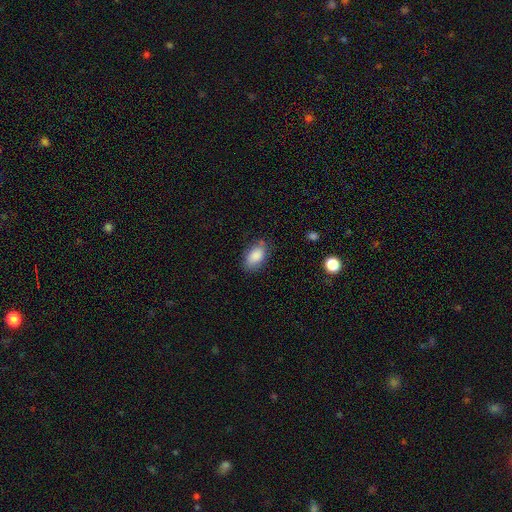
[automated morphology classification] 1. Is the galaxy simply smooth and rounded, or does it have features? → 86% smooth, 7% star or artifact, 7% featured or disk.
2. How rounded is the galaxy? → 92% in between, 6% round, 2% cigar-shaped.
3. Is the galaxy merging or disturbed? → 74% none, 20% minor disturbance, 5% major disturbance, 2% merger.